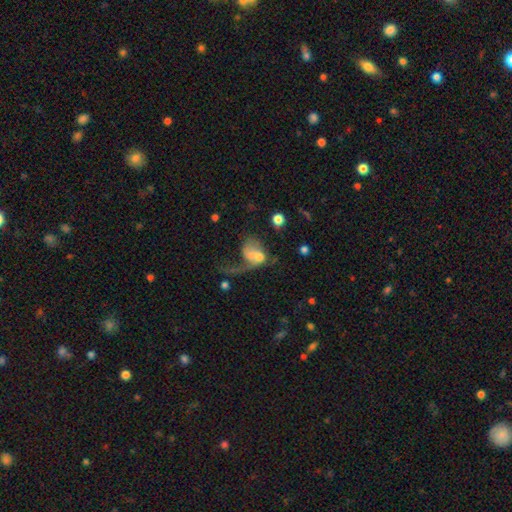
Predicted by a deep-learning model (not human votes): Smooth or featured? smooth (47%)
Merging? major disturbance (49%)